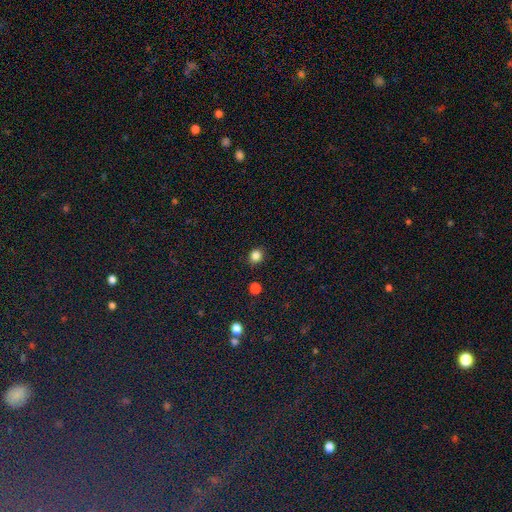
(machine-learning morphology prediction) Overall: smooth (83%). How rounded: round (81%). Merging: none (89%).